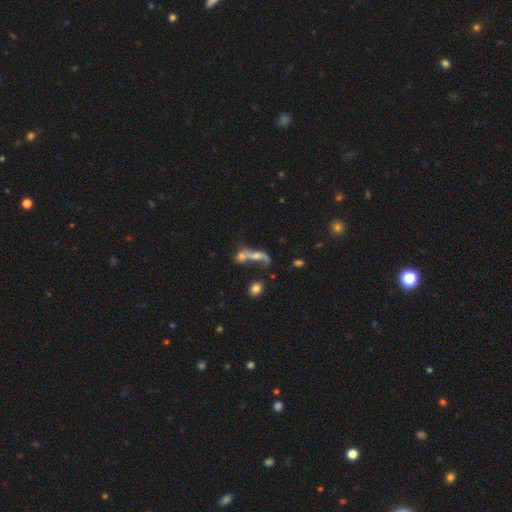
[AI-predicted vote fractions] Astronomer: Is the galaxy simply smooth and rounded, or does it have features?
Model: featured or disk — 46% (runner-up: smooth, 39%).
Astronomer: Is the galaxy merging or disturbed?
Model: merger — 54%.